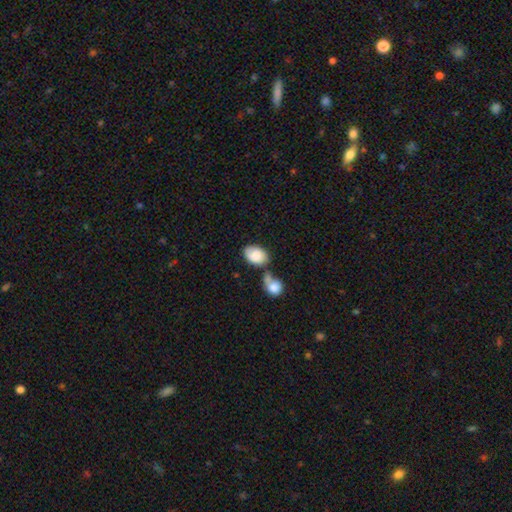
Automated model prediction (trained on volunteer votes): smooth-or-featured: smooth: 81% | featured or disk: 13% | star or artifact: 6%
  how-rounded: in between: 84% | round: 15% | cigar-shaped: 1%
  merging: merger: 43% | none: 34% | minor disturbance: 16% | major disturbance: 7%